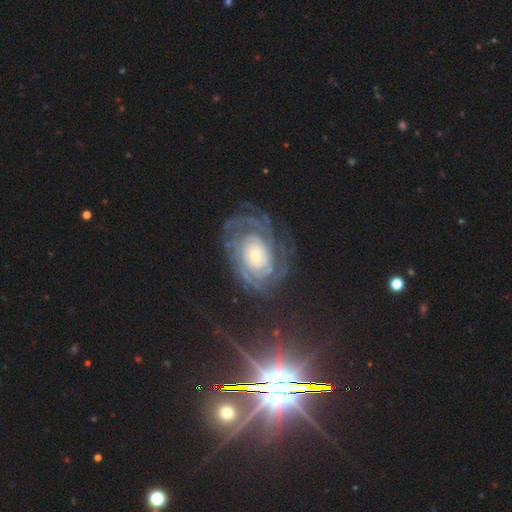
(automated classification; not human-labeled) This appears to be a featured or disk galaxy (86%) with no bar (80%), tight (75%) spiral arms (96%) and a small central bulge (49%). Merging: none (69%).